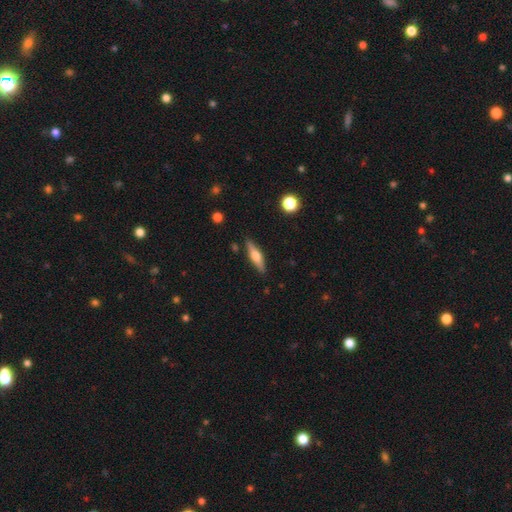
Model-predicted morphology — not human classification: Smooth or featured? Predicted: featured or disk (p=0.52). Edge-on disk? Predicted: yes (p=0.95). Merging? Predicted: none (p=0.87).